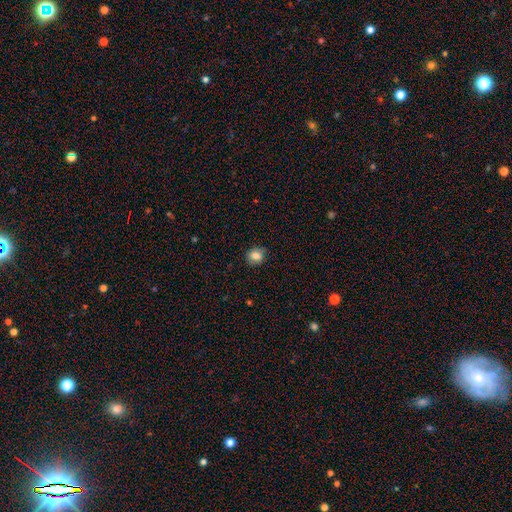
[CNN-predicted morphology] smooth-or-featured: smooth: 82% | star or artifact: 9% | featured or disk: 9%
  how-rounded: round: 62% | in between: 37% | cigar-shaped: 1%
  merging: none: 82% | minor disturbance: 14% | major disturbance: 3% | merger: 1%